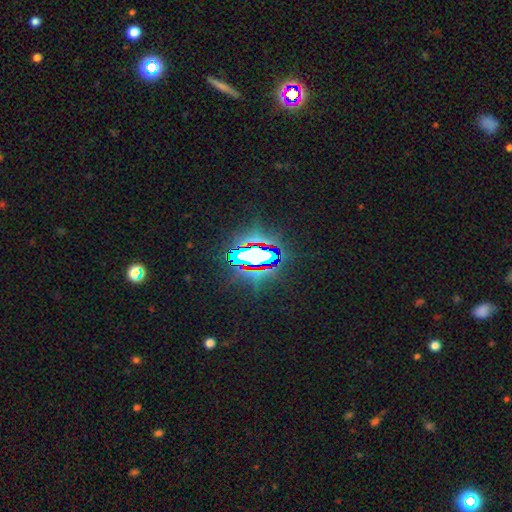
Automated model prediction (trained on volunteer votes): The model was most divided on "smooth or featured": star or artifact: 74%, smooth: 15%, featured or disk: 11%.